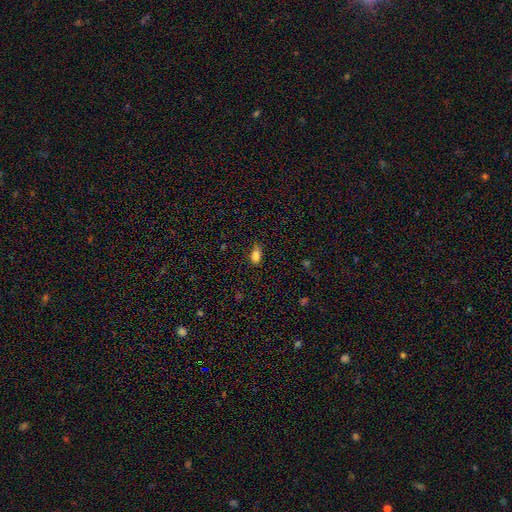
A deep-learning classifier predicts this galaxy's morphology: smooth 84%, star or artifact 10%, featured or disk 6%. Down the decision tree: how rounded — in between (87%); merging — none (78%).